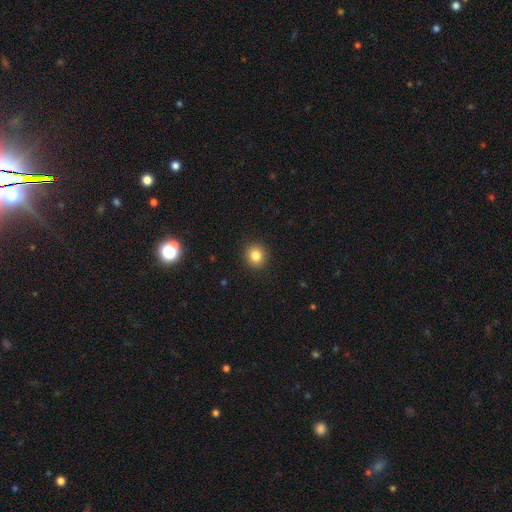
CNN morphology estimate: Smooth or featured? smooth (83%)
How rounded? round (89%)
Merging? none (92%)